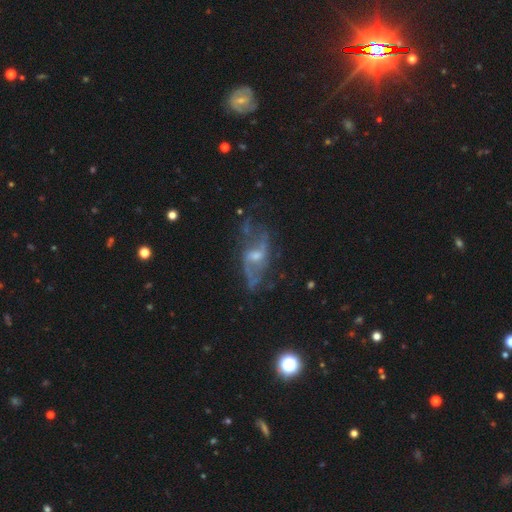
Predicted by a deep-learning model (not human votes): featured or disk 77%, smooth 12%, star or artifact 11%. Down the decision tree: edge-on disk — no (89%); bar — no (45%); spiral arms — yes (79%); spiral arm count — 2 (75%); spiral winding — loose (72%); bulge size — small (49%); merging — none (57%).